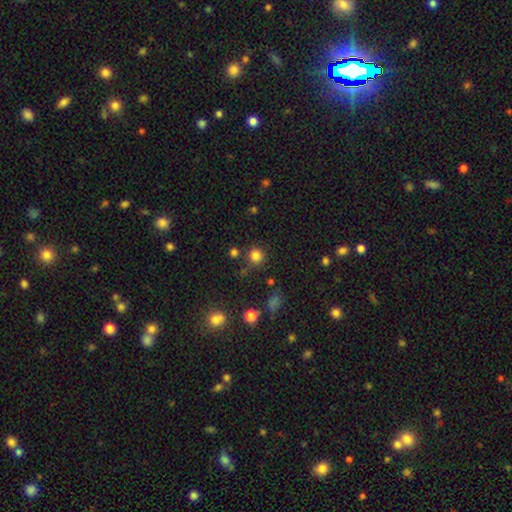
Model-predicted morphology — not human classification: This is likely a smooth galaxy (80%). How rounded: clearly round (93%). Merging: clearly none (81%).